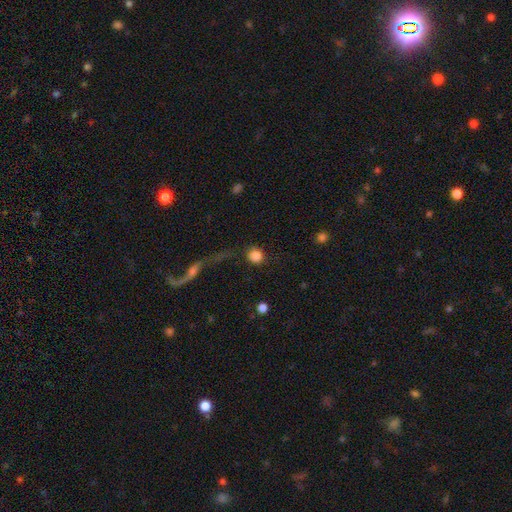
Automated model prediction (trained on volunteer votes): Smooth or featured: smooth — 85% (star or artifact — 9%)
How rounded: round — 90% (in between — 8%)
Merging: none — 79% (minor disturbance — 9%)